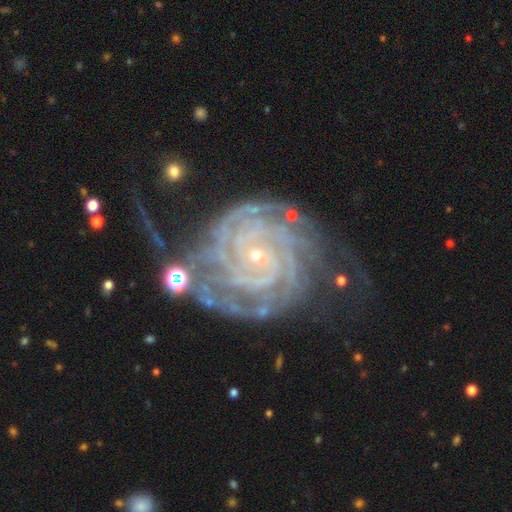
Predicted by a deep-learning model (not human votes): This is clearly a featured or disk galaxy (92%). It is clearly not viewed edge-on (98%). Bar: possibly no (51%). Spiral arm pattern: clearly yes (99%). Spiral arm count: marginally 4 (22%). Spiral winding: clearly tight (84%). Central bulge: clearly small (82%). Merging: possibly none (53%).